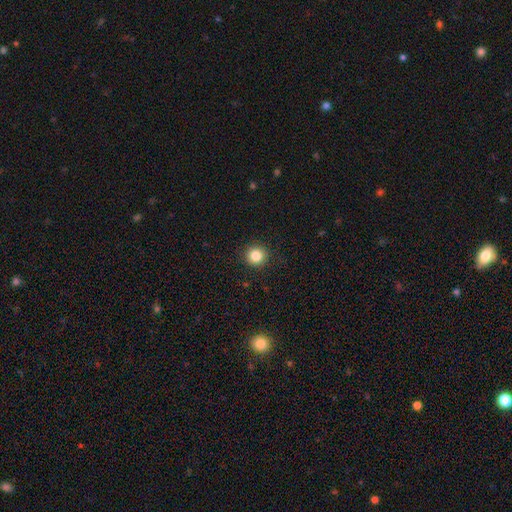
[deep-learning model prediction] Smooth or featured: smooth — 85% (star or artifact — 11%)
How rounded: round — 94% (in between — 5%)
Merging: none — 92% (minor disturbance — 5%)